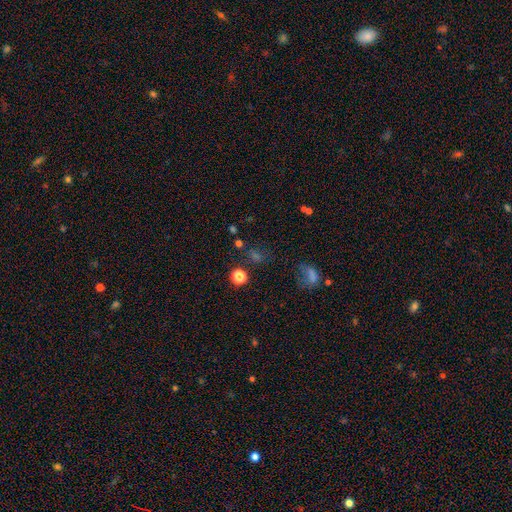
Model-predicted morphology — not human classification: Overall: star or artifact (47%; smooth 42%).